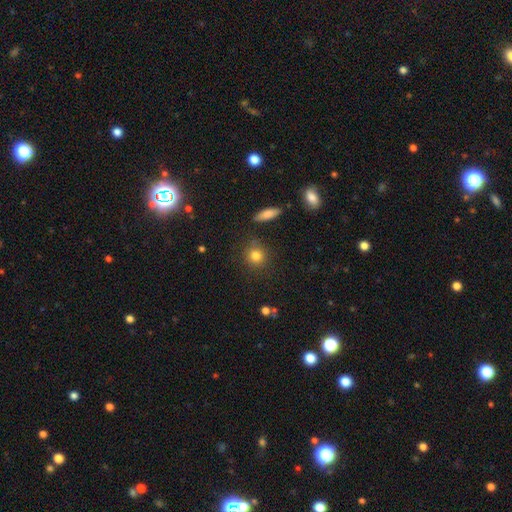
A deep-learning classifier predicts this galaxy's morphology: The model was most divided on "smooth or featured": smooth: 82%, star or artifact: 11%, featured or disk: 7%. More confident: how rounded — round (87%); merging — none (84%).